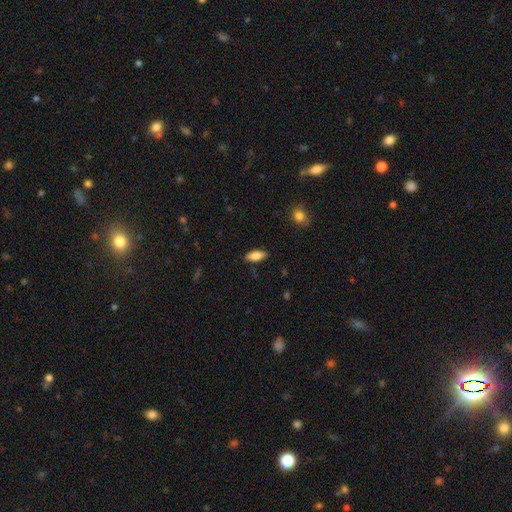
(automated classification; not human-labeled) smooth-or-featured: smooth: 79% | featured or disk: 14% | star or artifact: 7%
  how-rounded: in between: 81% | cigar-shaped: 17% | round: 2%
  merging: none: 88% | minor disturbance: 9% | major disturbance: 2% | merger: 1%